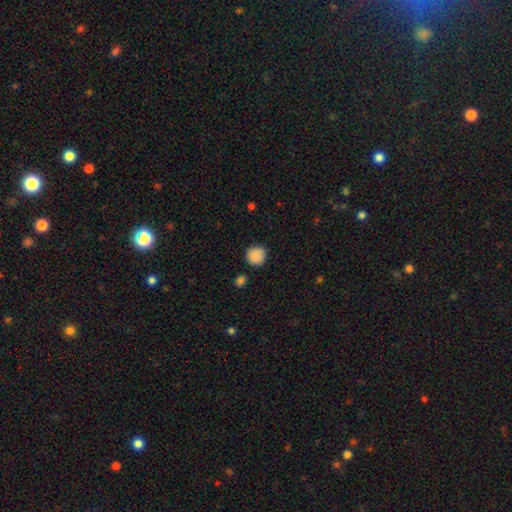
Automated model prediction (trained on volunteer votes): smooth-or-featured: smooth: 88% | star or artifact: 8% | featured or disk: 4%
  how-rounded: round: 91% | in between: 8% | cigar-shaped: 1%
  merging: none: 83% | minor disturbance: 12% | major disturbance: 3% | merger: 3%